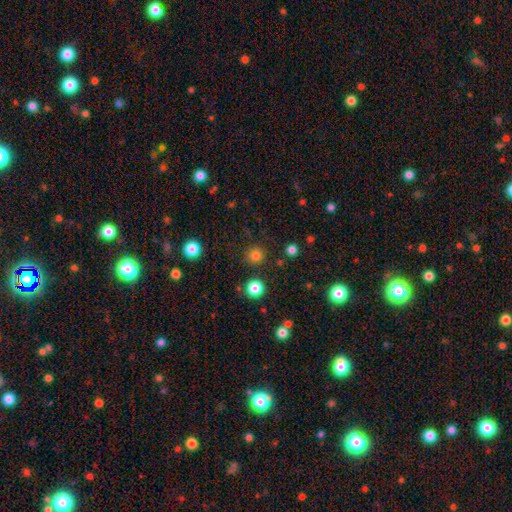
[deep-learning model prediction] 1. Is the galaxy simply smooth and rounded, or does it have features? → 79% smooth, 16% star or artifact, 4% featured or disk.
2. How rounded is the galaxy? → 94% round, 5% in between, 1% cigar-shaped.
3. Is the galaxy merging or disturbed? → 89% none, 7% minor disturbance, 3% major disturbance, 2% merger.